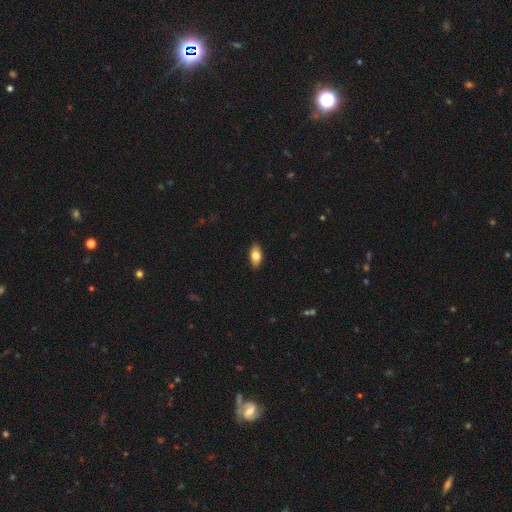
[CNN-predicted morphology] Overall: smooth (80%). How rounded: in between (90%). Merging: none (89%).